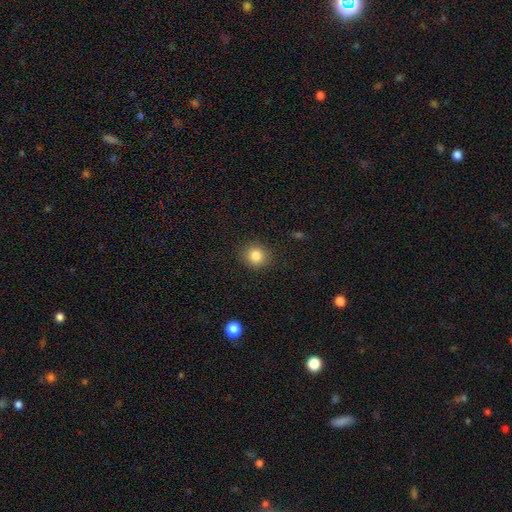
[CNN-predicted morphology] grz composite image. It shows a smooth galaxy with no disk features (84%) that is round (88%). Merging: none (90%).